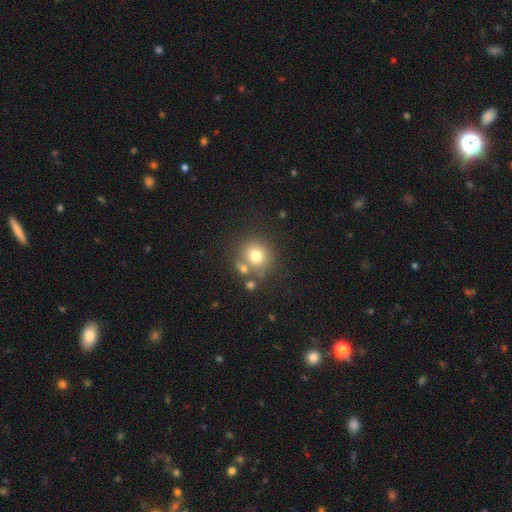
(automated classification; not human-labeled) smooth 75%, star or artifact 13%, featured or disk 12%. Down the decision tree: how rounded — round (86%); merging — none (69%).